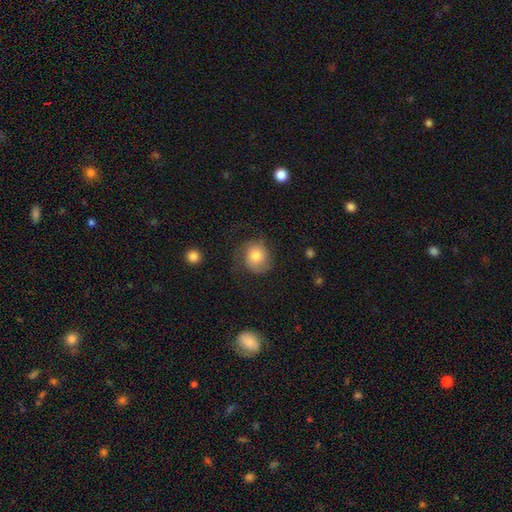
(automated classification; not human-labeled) Morphology: type=smooth (58%); roundness=round (79%); merging=none (57%).